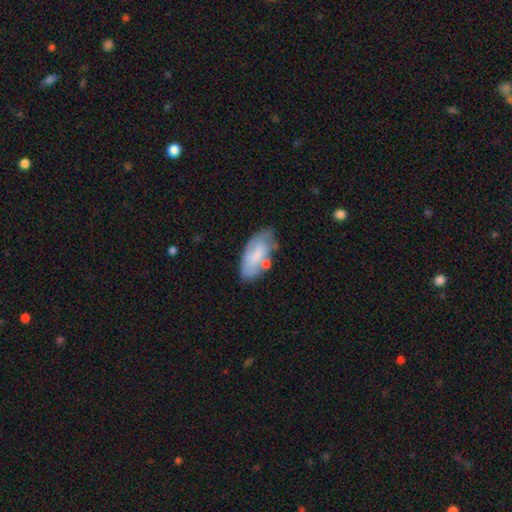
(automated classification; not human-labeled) This is possibly a smooth galaxy (56%). How rounded: clearly in between (91%). Merging: possibly none (54%).